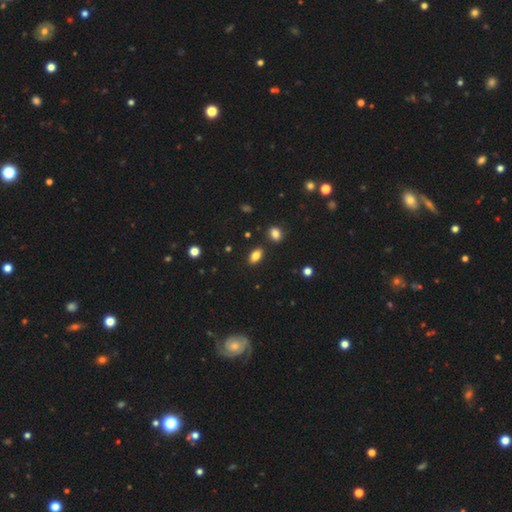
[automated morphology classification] smooth_or_featured: smooth (p=0.81) [alt: star or artifact p=0.10]
how_rounded: in between (p=0.87) [alt: round p=0.09]
merging: none (p=0.85) [alt: minor disturbance p=0.09]